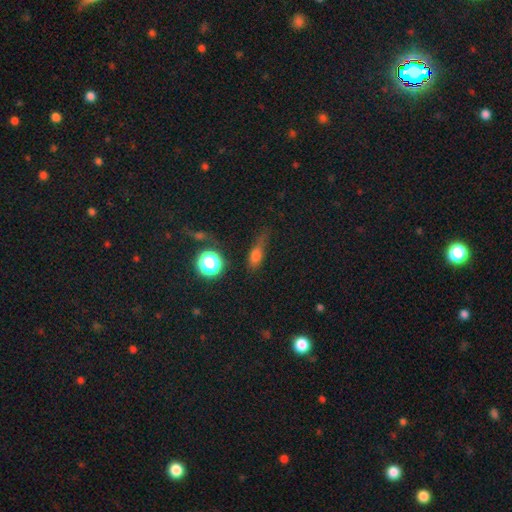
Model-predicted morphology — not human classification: Smooth or featured? smooth (67%)
How rounded? in between (53%)
Merging? none (51%)